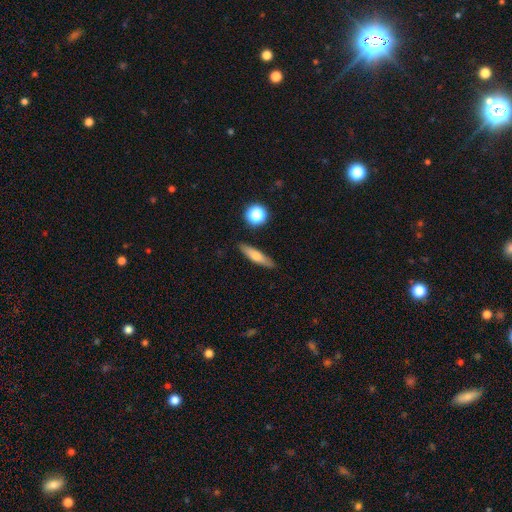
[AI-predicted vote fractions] Q: Smooth or featured?
A: smooth (64%); runner-up: featured or disk (28%)
Q: How rounded?
A: cigar-shaped (76%); runner-up: in between (21%)
Q: Merging?
A: none (87%); runner-up: minor disturbance (9%)